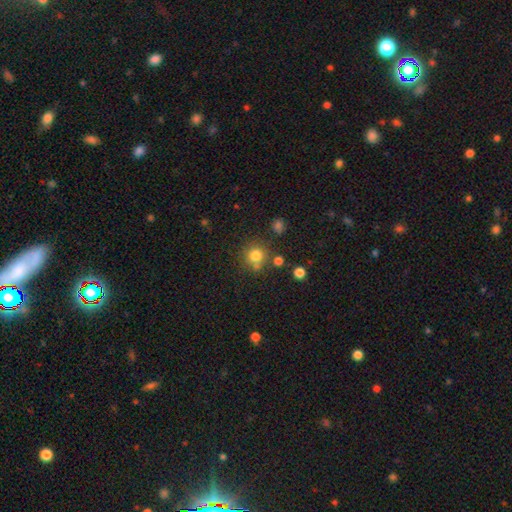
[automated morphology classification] This appears to be a smooth galaxy with no disk features (79%) that is round (90%). Merging: none (71%).